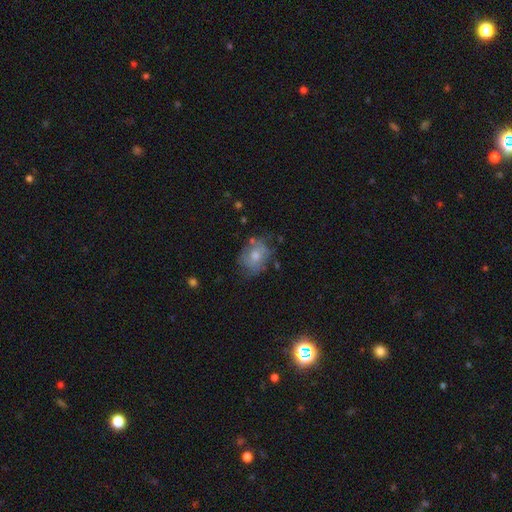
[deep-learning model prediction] Smooth or featured? smooth (58%)
How rounded? in between (57%)
Merging? none (54%)